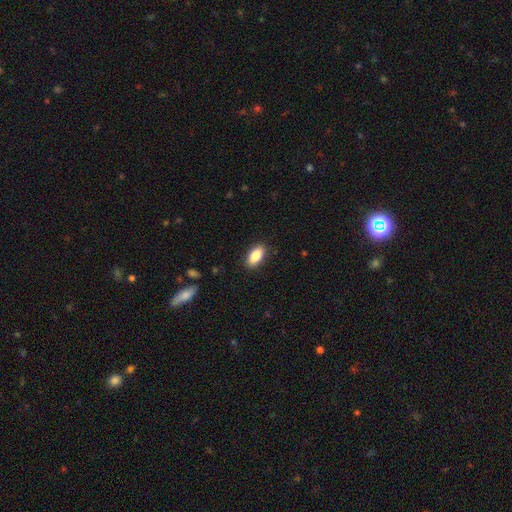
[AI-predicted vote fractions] This is clearly a smooth galaxy (86%). How rounded: clearly in between (89%). Merging: clearly none (89%).